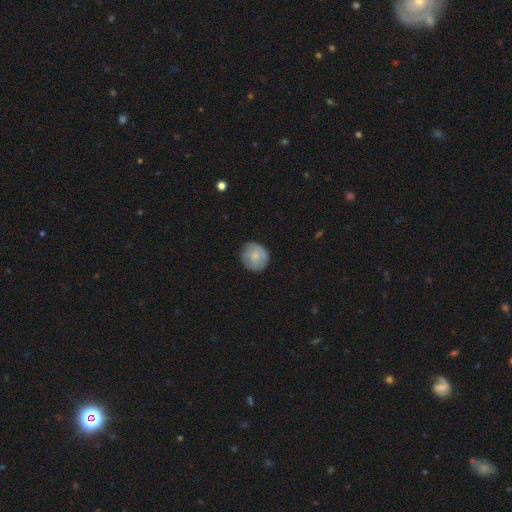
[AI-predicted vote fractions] Q: Smooth or featured?
A: smooth (61%); runner-up: featured or disk (32%)
Q: How rounded?
A: round (86%); runner-up: in between (13%)
Q: Merging?
A: none (73%); runner-up: minor disturbance (20%)